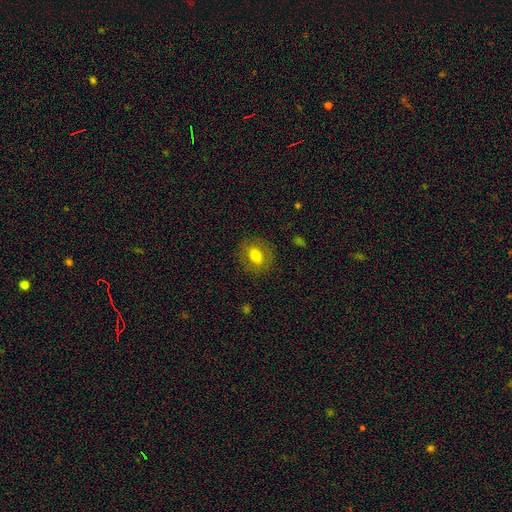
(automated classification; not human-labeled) A smooth galaxy with no disk features (69%) that is round (56%).

Vote fractions:
- Smooth or featured? smooth: 69% / featured or disk: 21% / star or artifact: 9%
- How rounded? round: 56% / in between: 43% / cigar-shaped: 1%
- Merging? none: 84% / minor disturbance: 11% / major disturbance: 4% / merger: 1%